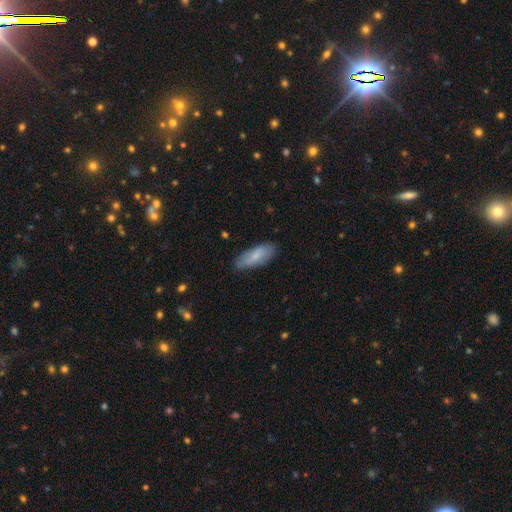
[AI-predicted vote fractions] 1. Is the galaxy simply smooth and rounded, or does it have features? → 73% smooth, 21% featured or disk, 6% star or artifact.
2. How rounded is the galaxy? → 73% in between, 26% cigar-shaped, 2% round.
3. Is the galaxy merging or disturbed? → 81% none, 15% minor disturbance, 3% major disturbance, 1% merger.